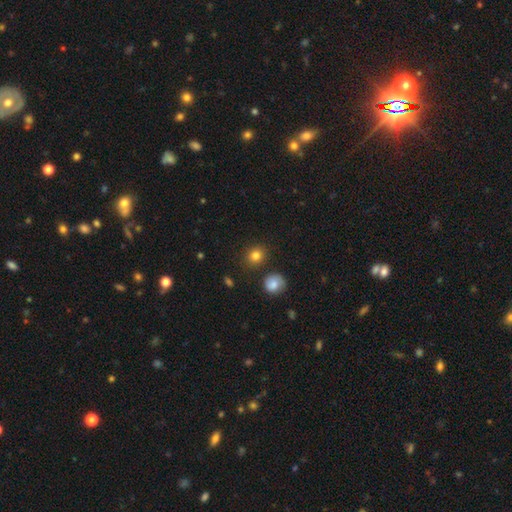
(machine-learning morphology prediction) type=smooth (82%); roundness=round (78%); merging=none (85%).